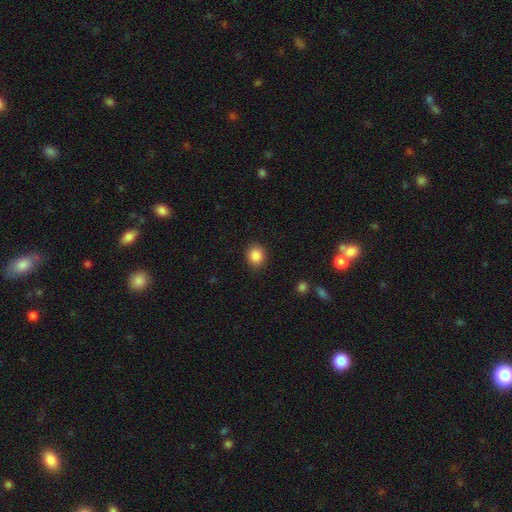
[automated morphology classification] Smooth or featured: smooth — 87% (star or artifact — 10%)
How rounded: round — 76% (in between — 23%)
Merging: none — 89% (minor disturbance — 8%)